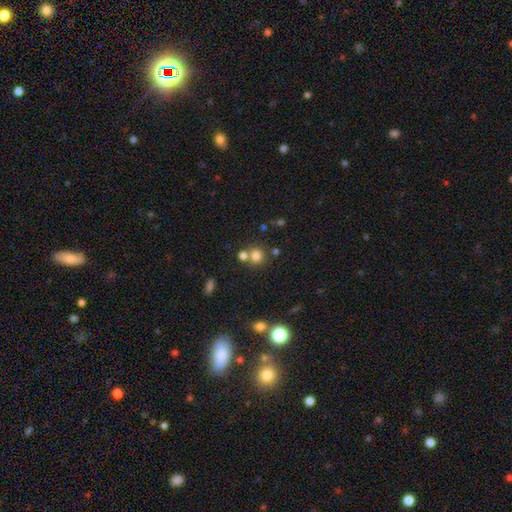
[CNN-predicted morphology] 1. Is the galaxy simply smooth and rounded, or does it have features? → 76% smooth, 16% star or artifact, 8% featured or disk.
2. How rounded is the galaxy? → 89% round, 10% in between, 1% cigar-shaped.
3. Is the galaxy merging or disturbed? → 61% none, 28% merger, 8% minor disturbance, 3% major disturbance.